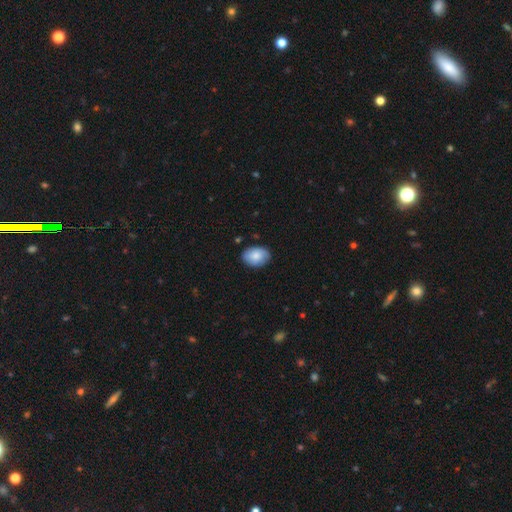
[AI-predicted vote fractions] Smooth or featured: smooth — 79% (featured or disk — 15%)
How rounded: in between — 80% (round — 19%)
Merging: none — 81% (minor disturbance — 15%)